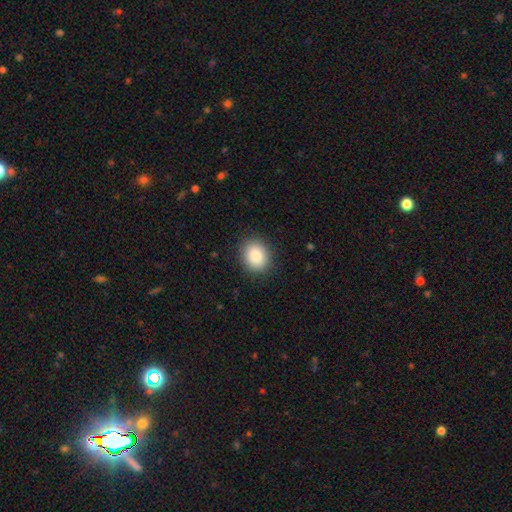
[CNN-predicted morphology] Smooth or featured?
  - smooth: 86% *
  - star or artifact: 8%
  - featured or disk: 5%
How rounded?
  - round: 61% *
  - in between: 38%
  - cigar-shaped: 1%
Merging?
  - none: 89% *
  - minor disturbance: 8%
  - major disturbance: 2%
  - merger: 1%